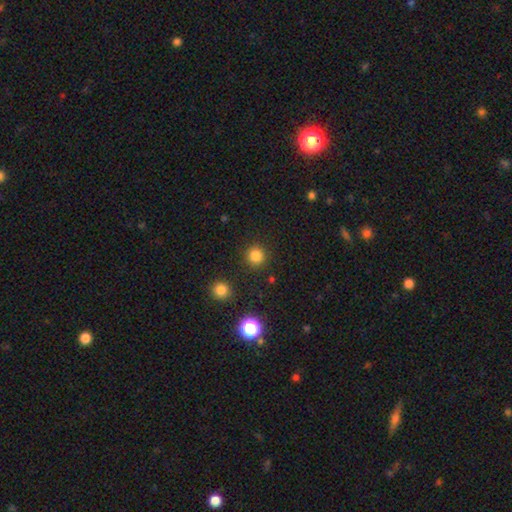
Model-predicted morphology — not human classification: smooth_or_featured: smooth (p=0.82) [alt: star or artifact p=0.14]
how_rounded: round (p=0.93) [alt: in between p=0.06]
merging: none (p=0.90) [alt: minor disturbance p=0.06]